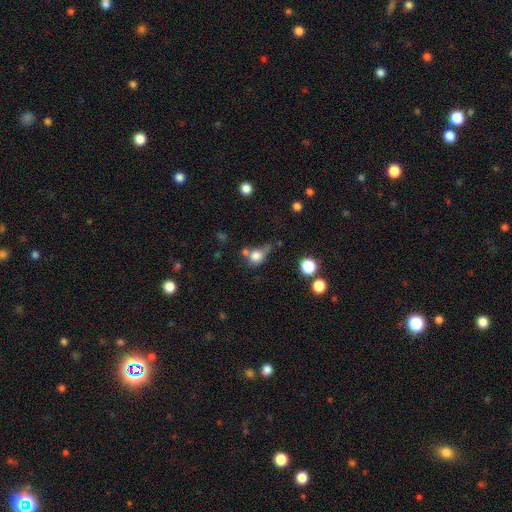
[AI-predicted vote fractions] A smooth galaxy with no disk features (77%) that is round (62%).

Vote fractions:
- Smooth or featured? smooth: 77% / star or artifact: 12% / featured or disk: 11%
- How rounded? round: 62% / in between: 36% / cigar-shaped: 2%
- Merging? none: 37% / merger: 24% / minor disturbance: 24% / major disturbance: 14%